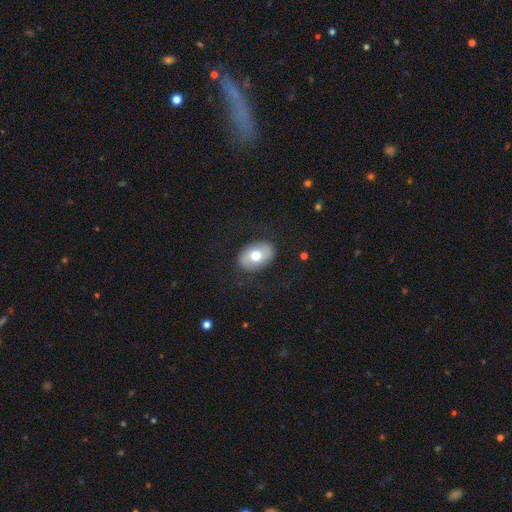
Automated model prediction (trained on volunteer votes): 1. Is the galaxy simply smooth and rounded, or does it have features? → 64% smooth, 29% featured or disk, 7% star or artifact.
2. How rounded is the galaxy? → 82% in between, 17% round, 1% cigar-shaped.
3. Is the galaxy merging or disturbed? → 84% none, 11% minor disturbance, 4% major disturbance, 1% merger.